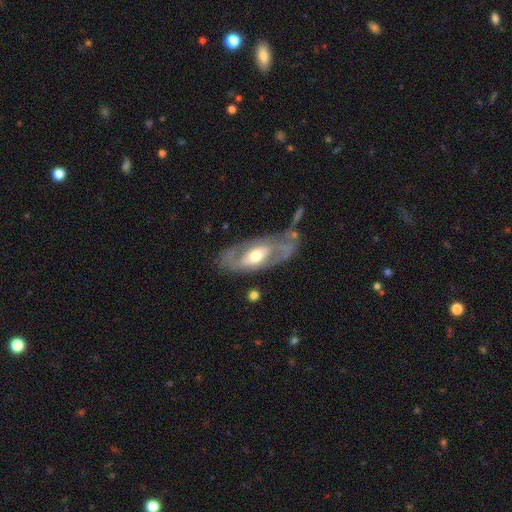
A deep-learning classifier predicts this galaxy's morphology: featured or disk 76%, smooth 19%, star or artifact 5%. Down the decision tree: edge-on disk — no (89%); bar — no (45%); spiral arms — yes (71%); bulge size — moderate (67%); merging — none (57%).